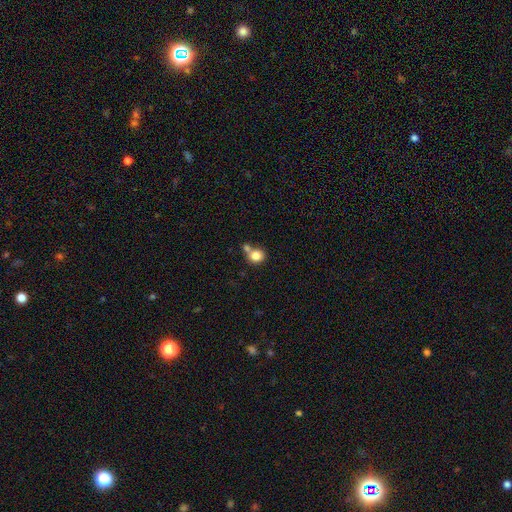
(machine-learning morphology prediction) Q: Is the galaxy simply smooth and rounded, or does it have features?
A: smooth — 82%.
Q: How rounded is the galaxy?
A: round — 82%.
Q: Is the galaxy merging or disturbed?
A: none — 52%.